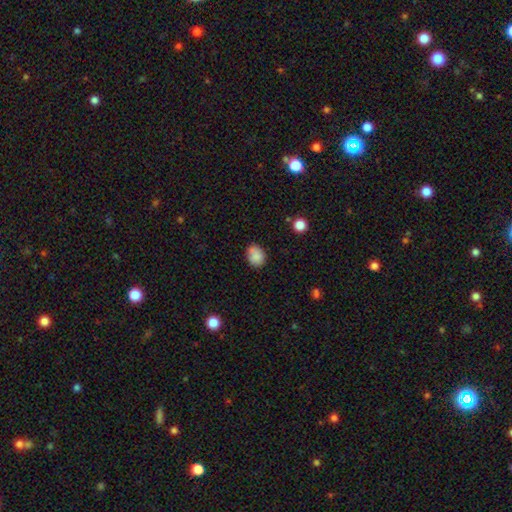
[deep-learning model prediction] Smooth or featured? smooth (85%)
How rounded? in between (62%)
Merging? none (71%)